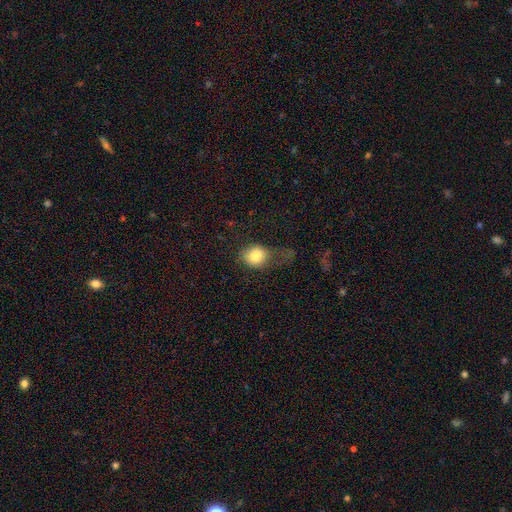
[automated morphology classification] Smooth or featured? Predicted: smooth (p=0.82). How rounded? Predicted: round (p=0.66). Merging? Predicted: none (p=0.46).